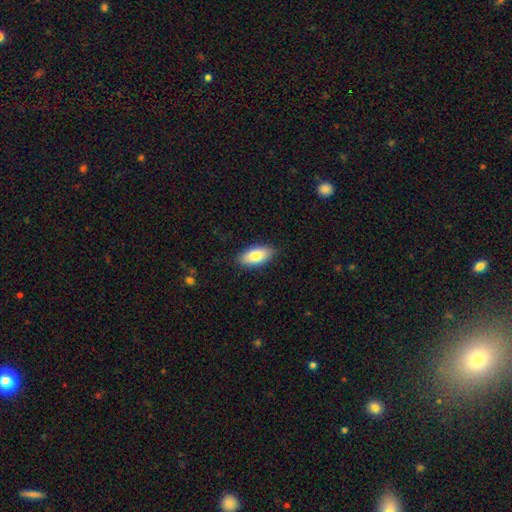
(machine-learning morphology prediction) smooth_or_featured: smooth (p=0.82) [alt: featured or disk p=0.12]
how_rounded: in between (p=0.91) [alt: cigar-shaped p=0.06]
merging: none (p=0.87) [alt: minor disturbance p=0.10]